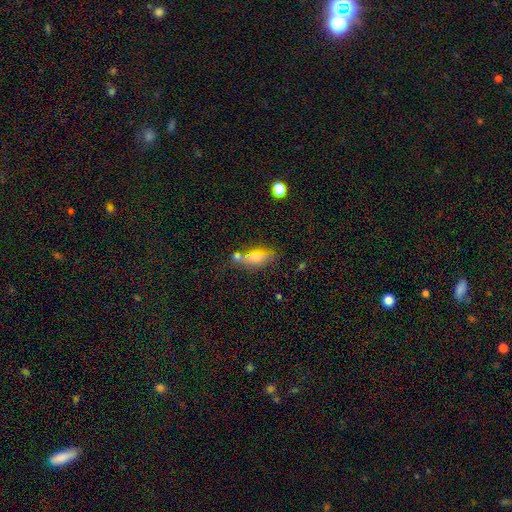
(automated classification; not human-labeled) This appears to be a smooth galaxy with no disk features (53%) that is in between round and cigar-shaped (62%). Merging: none (59%).